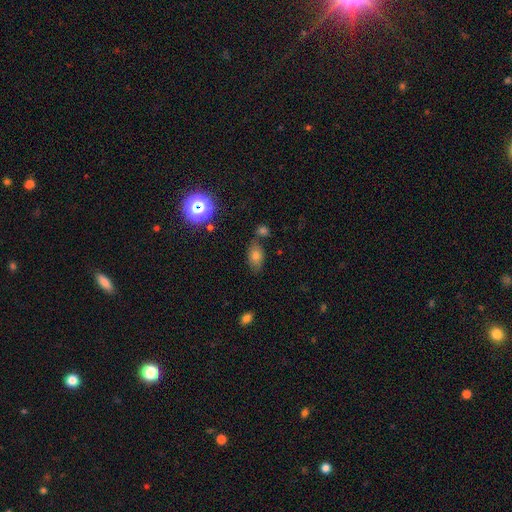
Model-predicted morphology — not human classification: Smooth or featured: smooth — 73% (star or artifact — 15%)
How rounded: in between — 85% (round — 13%)
Merging: none — 70% (minor disturbance — 16%)